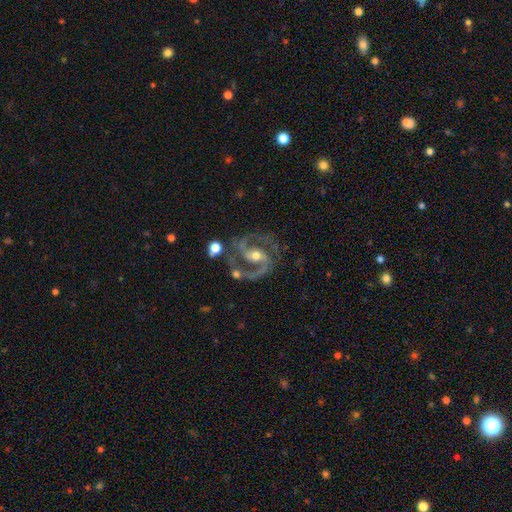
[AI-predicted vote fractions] The model was most divided on "bar": weak: 41%, no: 31%, strong: 27%. More confident: edge-on disk — no (98%); spiral arms — yes (98%); spiral arm count — 2 (92%); smooth or featured — featured or disk (91%); bulge size — moderate (66%); spiral winding — medium (64%); merging — none (64%).